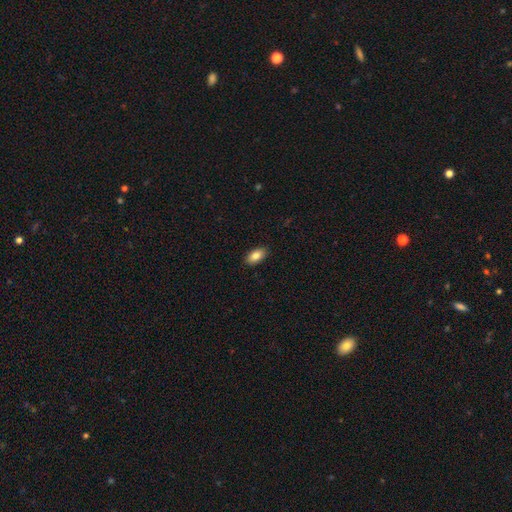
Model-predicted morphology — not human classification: smooth-or-featured: smooth: 84% | featured or disk: 9% | star or artifact: 7%
  how-rounded: in between: 93% | cigar-shaped: 4% | round: 4%
  merging: none: 89% | minor disturbance: 8% | major disturbance: 2% | merger: 1%